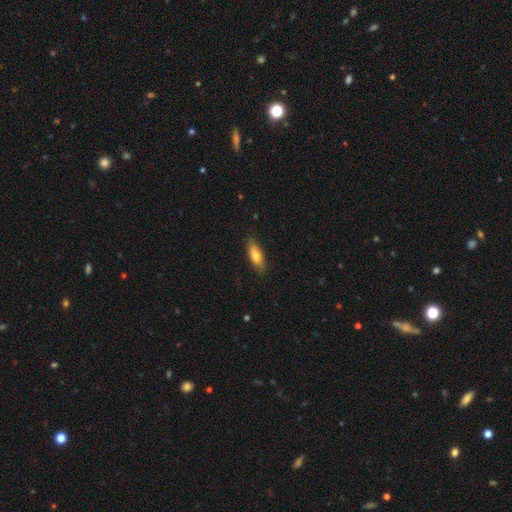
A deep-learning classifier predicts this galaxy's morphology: A smooth galaxy with no disk features (75%) that is in between round and cigar-shaped (58%).

Vote fractions:
- Smooth or featured? smooth: 75% / featured or disk: 19% / star or artifact: 6%
- How rounded? in between: 58% / cigar-shaped: 40% / round: 2%
- Merging? none: 84% / minor disturbance: 12% / major disturbance: 2% / merger: 1%